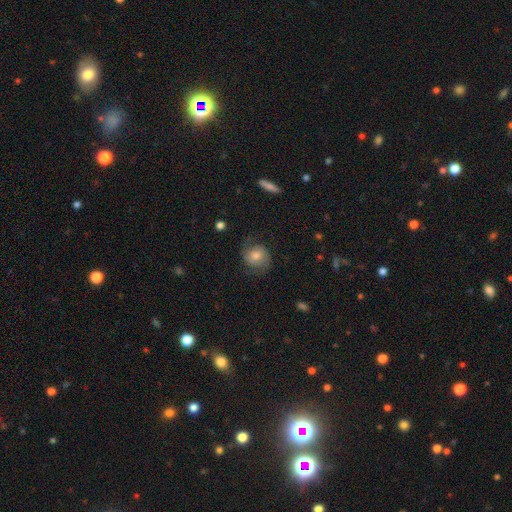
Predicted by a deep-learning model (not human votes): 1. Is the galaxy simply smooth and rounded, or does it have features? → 54% featured or disk, 36% smooth, 10% star or artifact.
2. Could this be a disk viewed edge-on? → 97% no, 3% yes.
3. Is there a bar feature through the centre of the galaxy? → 65% no, 27% weak, 7% strong.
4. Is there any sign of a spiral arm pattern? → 88% yes, 12% no.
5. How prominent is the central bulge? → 58% moderate, 29% small, 8% large, 3% none, 2% dominant.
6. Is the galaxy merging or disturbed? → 72% none, 16% minor disturbance, 10% major disturbance, 1% merger.